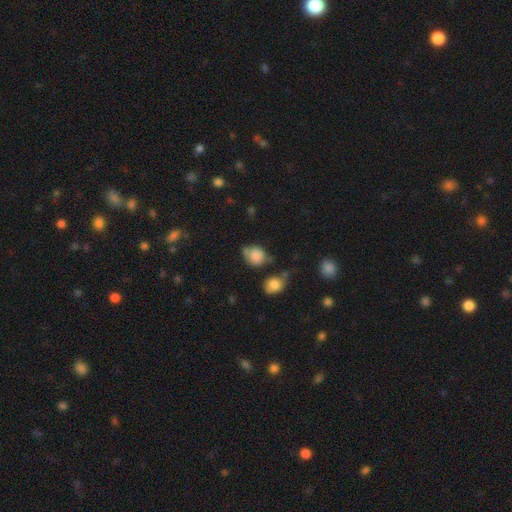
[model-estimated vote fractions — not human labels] A smooth galaxy with no disk features (79%) that is round (57%). Merging: none (46%).